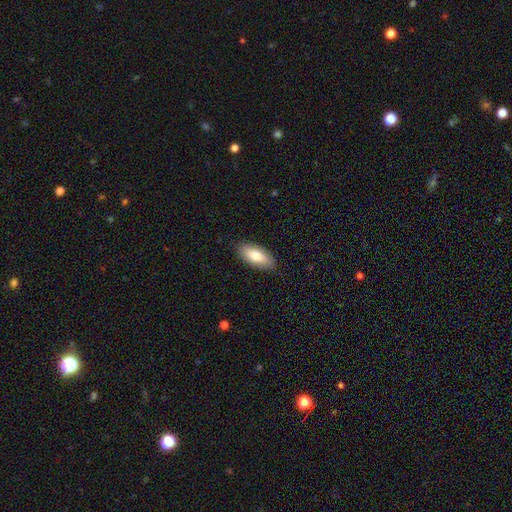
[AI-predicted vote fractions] Overall: smooth (79%). How rounded: in between (85%). Merging: none (87%).